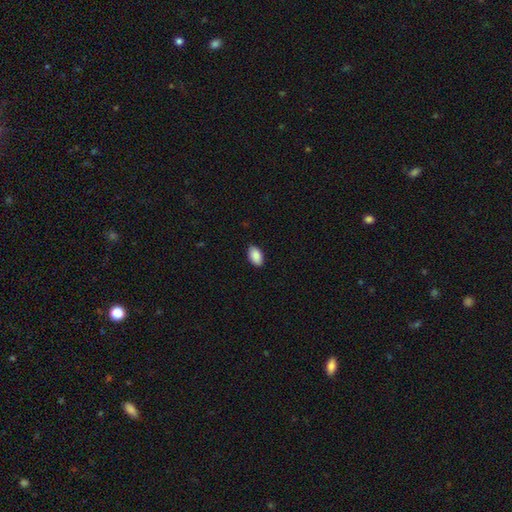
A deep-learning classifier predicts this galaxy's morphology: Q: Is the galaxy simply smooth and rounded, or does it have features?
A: smooth — 89%.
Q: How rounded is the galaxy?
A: in between — 94%.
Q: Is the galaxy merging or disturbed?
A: none — 88%.